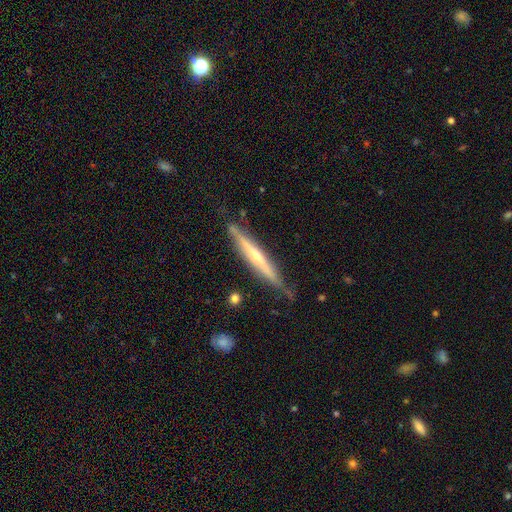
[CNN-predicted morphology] Smooth or featured?
  - featured or disk: 64% *
  - smooth: 28%
  - star or artifact: 7%
Edge-on disk?
  - yes: 93% *
  - no: 7%
Edge-on bulge?
  - rounded: 61% *
  - none: 33%
  - boxy: 6%
Merging?
  - none: 80% *
  - minor disturbance: 16%
  - major disturbance: 3%
  - merger: 2%